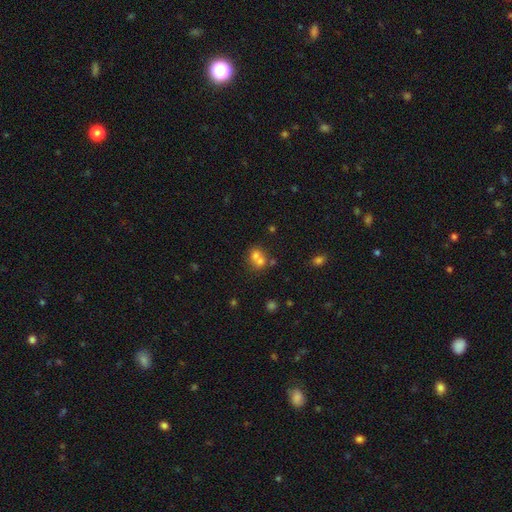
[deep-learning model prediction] Smooth or featured?
  - smooth: 66% *
  - featured or disk: 20%
  - star or artifact: 15%
How rounded?
  - round: 70% *
  - in between: 29%
  - cigar-shaped: 1%
Merging?
  - merger: 63% *
  - none: 28%
  - minor disturbance: 6%
  - major disturbance: 3%